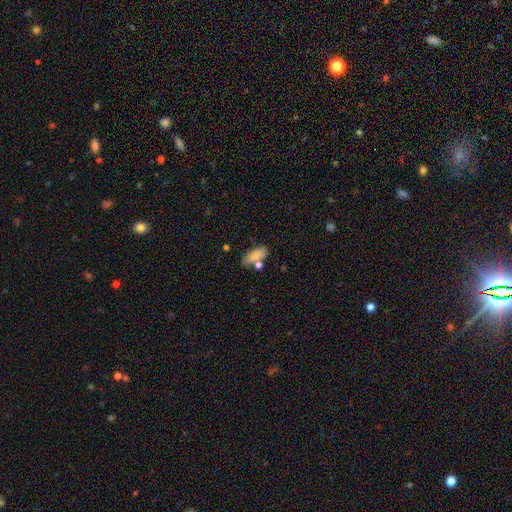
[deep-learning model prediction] Smooth or featured: smooth — 79% (featured or disk — 12%)
How rounded: in between — 82% (cigar-shaped — 14%)
Merging: none — 61% (minor disturbance — 18%)